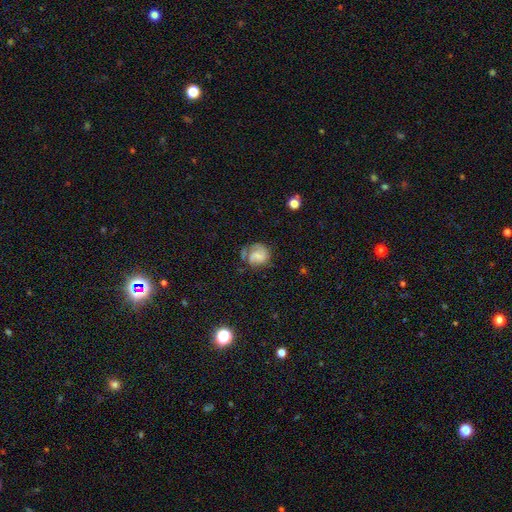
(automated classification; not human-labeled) smooth_or_featured: smooth (p=0.45) [alt: featured or disk p=0.44]
merging: none (p=0.49) [alt: minor disturbance p=0.25]